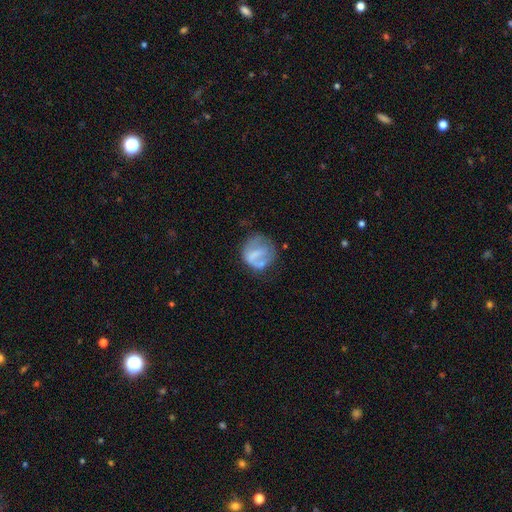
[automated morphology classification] A smooth galaxy with no disk features (51%) that is round (80%). Merging: none (44%).